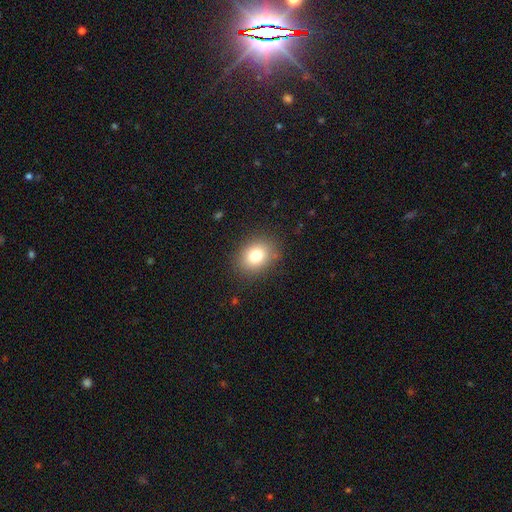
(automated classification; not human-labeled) This is likely a smooth galaxy (78%). How rounded: possibly in between (54%). Merging: clearly none (86%).